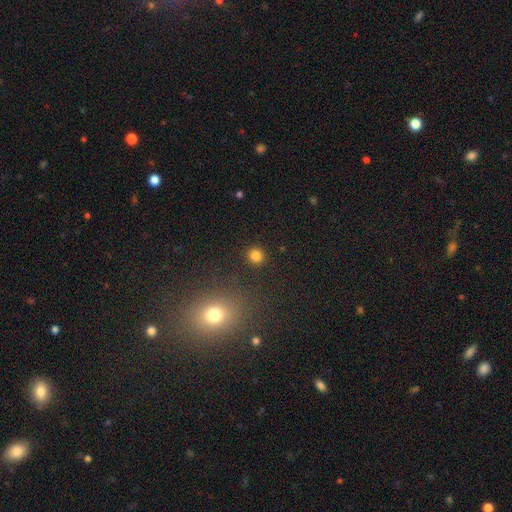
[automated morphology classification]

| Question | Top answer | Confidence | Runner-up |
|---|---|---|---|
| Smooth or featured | smooth | 82% | star or artifact (14%) |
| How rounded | round | 90% | in between (9%) |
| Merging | none | 90% | minor disturbance (5%) |